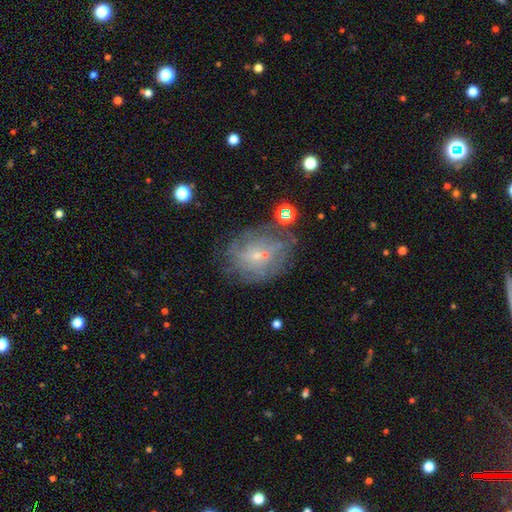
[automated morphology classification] Smooth or featured? Predicted: featured or disk (p=0.54). Edge-on disk? Predicted: no (p=0.96). Bar? Predicted: no (p=0.70). Spiral arms? Predicted: yes (p=0.56). Bulge size? Predicted: small (p=0.79). Merging? Predicted: none (p=0.59).